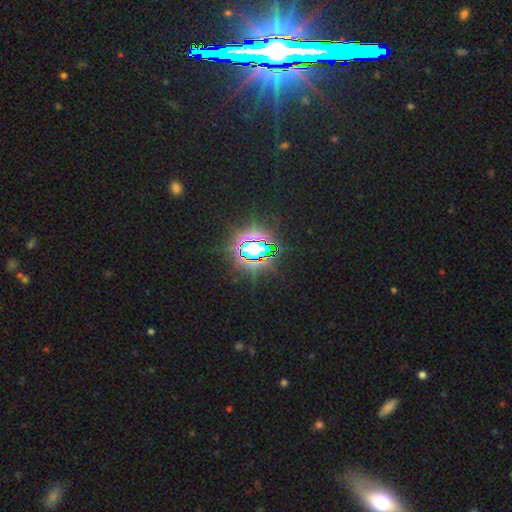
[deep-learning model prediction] This is clearly a star or artifact rather than a galaxy (81%).